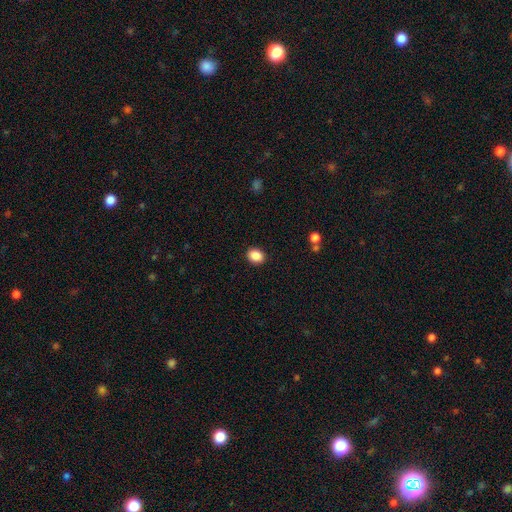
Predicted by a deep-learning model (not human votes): Smooth or featured? smooth (88%)
How rounded? in between (51%)
Merging? none (90%)